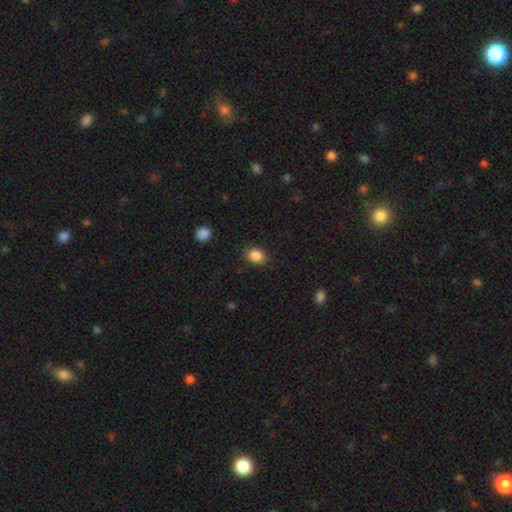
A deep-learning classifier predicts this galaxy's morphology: Overall: smooth (87%). How rounded: in between (63%; round 36%). Merging: none (86%).